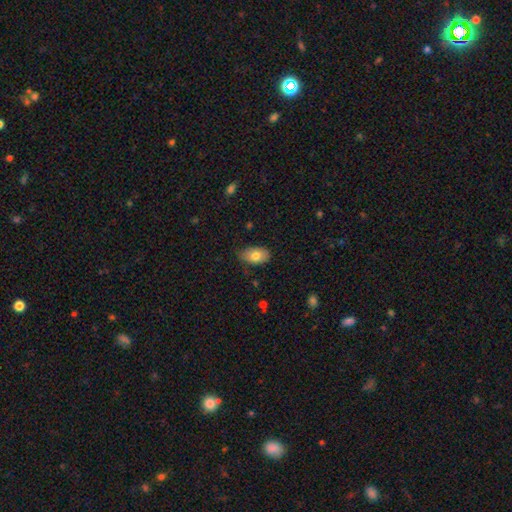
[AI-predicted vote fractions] Smooth or featured? Predicted: smooth (p=0.78). How rounded? Predicted: in between (p=0.92). Merging? Predicted: none (p=0.71).